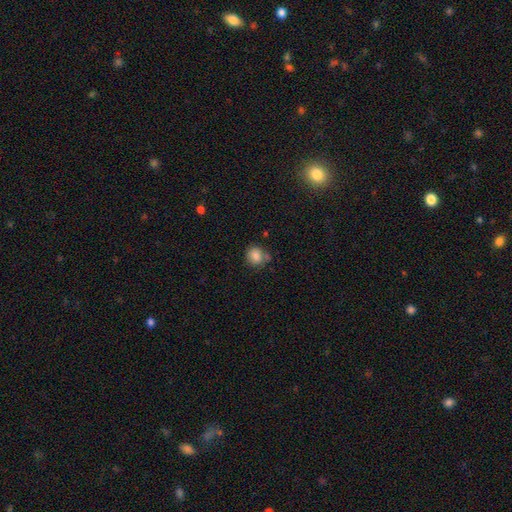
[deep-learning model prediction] Smooth or featured? Predicted: smooth (p=0.83). How rounded? Predicted: round (p=0.82). Merging? Predicted: none (p=0.67).